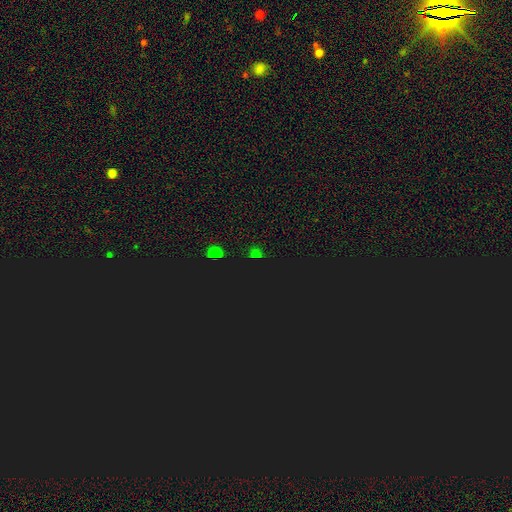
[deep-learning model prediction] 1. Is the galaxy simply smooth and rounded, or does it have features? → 70% star or artifact, 24% smooth, 6% featured or disk.